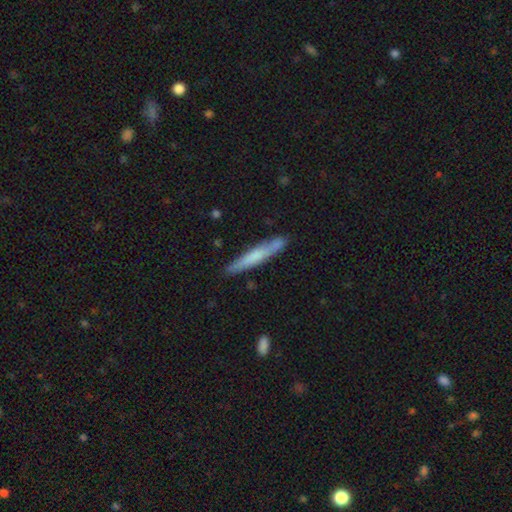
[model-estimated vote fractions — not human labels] Smooth or featured? smooth (56%)
How rounded? cigar-shaped (95%)
Merging? none (82%)